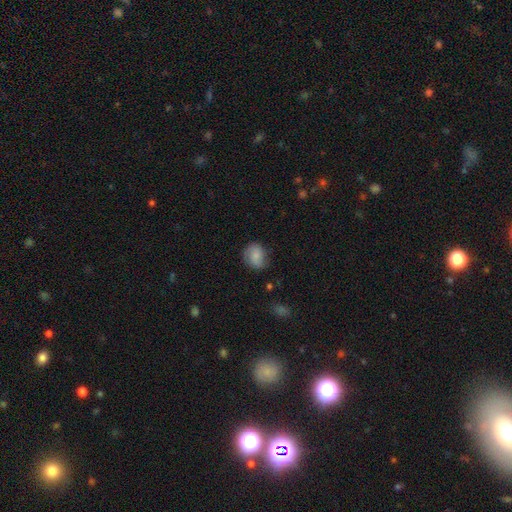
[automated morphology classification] type=smooth (66%); roundness=round (62%); merging=none (68%).